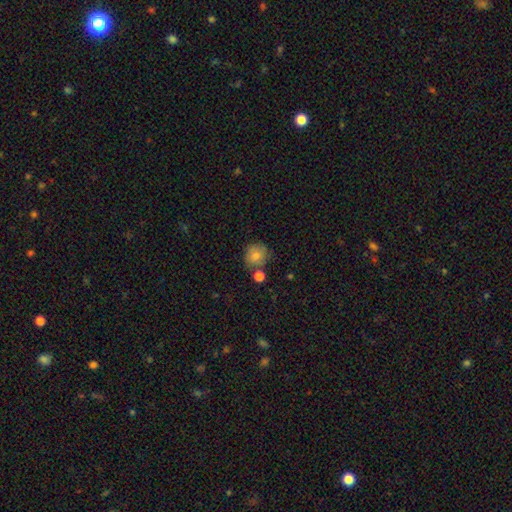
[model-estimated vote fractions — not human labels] smooth-or-featured: smooth: 79% | featured or disk: 10% | star or artifact: 10%
  how-rounded: round: 87% | in between: 12% | cigar-shaped: 1%
  merging: none: 68% | minor disturbance: 14% | merger: 14% | major disturbance: 4%